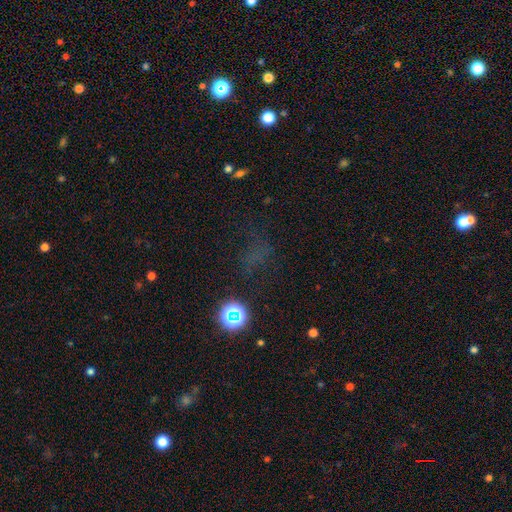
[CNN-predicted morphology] Smooth or featured? star or artifact (52%)